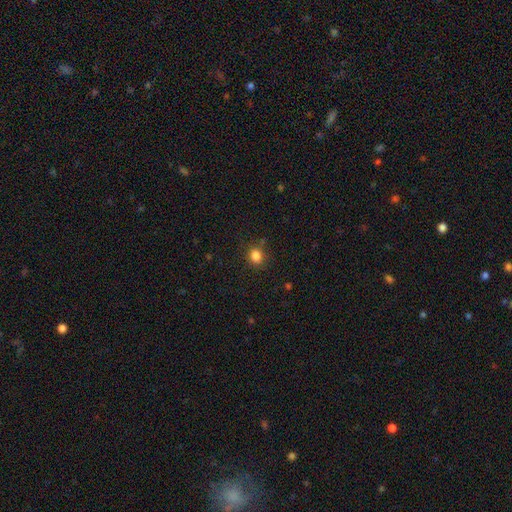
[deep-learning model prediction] Smooth or featured? smooth (84%)
How rounded? round (72%)
Merging? none (83%)